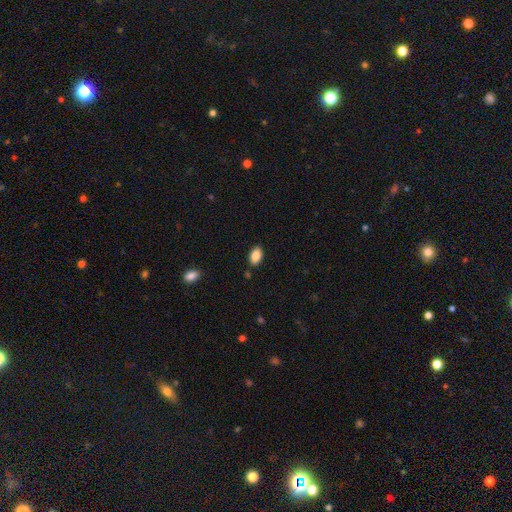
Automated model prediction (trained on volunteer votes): smooth_or_featured: smooth (p=0.87) [alt: star or artifact p=0.08]
how_rounded: in between (p=0.92) [alt: round p=0.05]
merging: none (p=0.86) [alt: minor disturbance p=0.10]